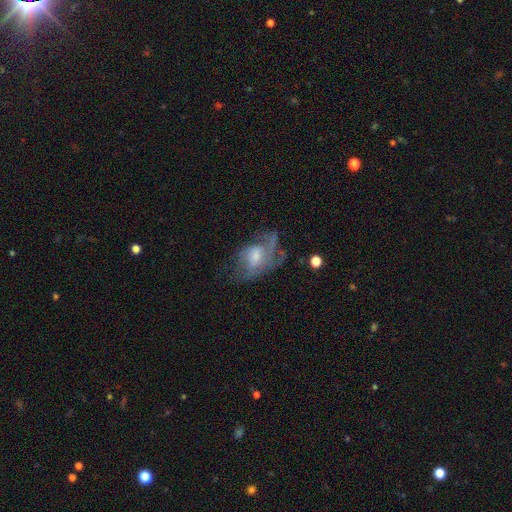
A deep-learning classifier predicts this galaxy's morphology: featured or disk 73%, smooth 18%, star or artifact 9%. Down the decision tree: edge-on disk — no (96%); bar — no (59%); spiral arms — yes (82%); spiral arm count — can't tell (36%); spiral winding — medium (44%); bulge size — small (43%, tied with moderate); merging — none (46%).